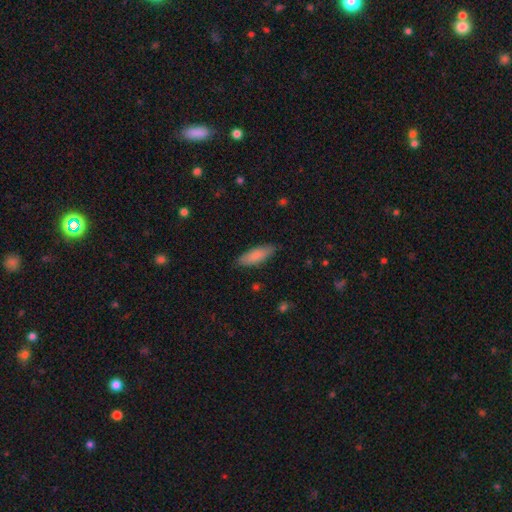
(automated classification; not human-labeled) smooth-or-featured: smooth: 85% | featured or disk: 10% | star or artifact: 6%
  how-rounded: in between: 59% | cigar-shaped: 39% | round: 2%
  merging: none: 86% | minor disturbance: 11% | major disturbance: 2% | merger: 1%